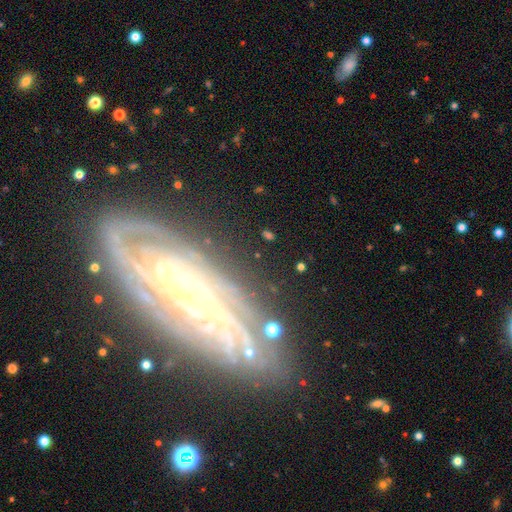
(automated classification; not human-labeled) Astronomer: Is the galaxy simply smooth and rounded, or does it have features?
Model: featured or disk — 85%.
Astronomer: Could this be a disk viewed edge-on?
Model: no — 88%.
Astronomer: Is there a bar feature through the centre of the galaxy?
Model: no — 64%.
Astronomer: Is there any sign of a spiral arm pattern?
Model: yes — 97%.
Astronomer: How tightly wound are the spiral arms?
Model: tight — 76%.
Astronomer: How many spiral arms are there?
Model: can't tell — 28% (runner-up: 3, 18%).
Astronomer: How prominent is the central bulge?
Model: small — 79%.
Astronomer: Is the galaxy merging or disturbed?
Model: none — 80%.